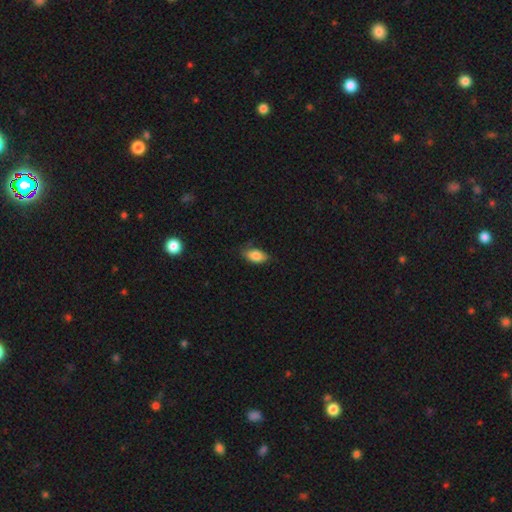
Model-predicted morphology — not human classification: Overall: smooth (83%). How rounded: in between (91%). Merging: none (70%).